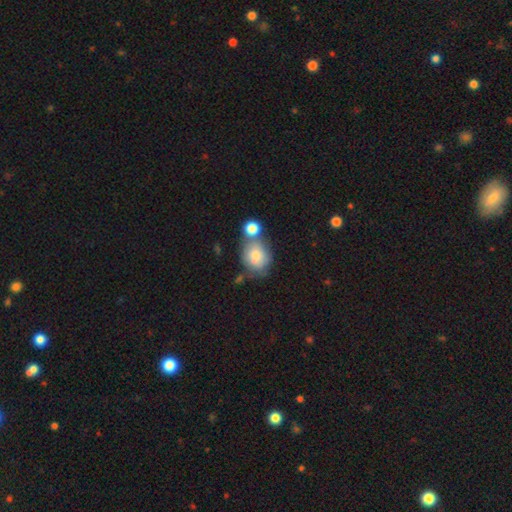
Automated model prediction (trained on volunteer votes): This appears to be a smooth galaxy with no disk features (70%) that is round (61%). Merging: none (38%).